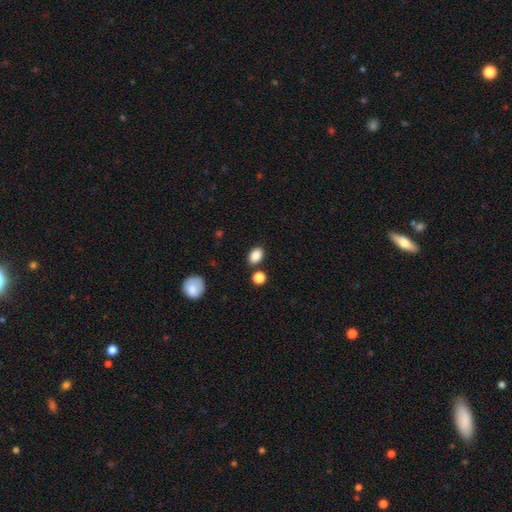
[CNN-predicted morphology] smooth_or_featured: smooth (p=0.86) [alt: star or artifact p=0.09]
how_rounded: in between (p=0.75) [alt: round p=0.24]
merging: none (p=0.80) [alt: minor disturbance p=0.10]